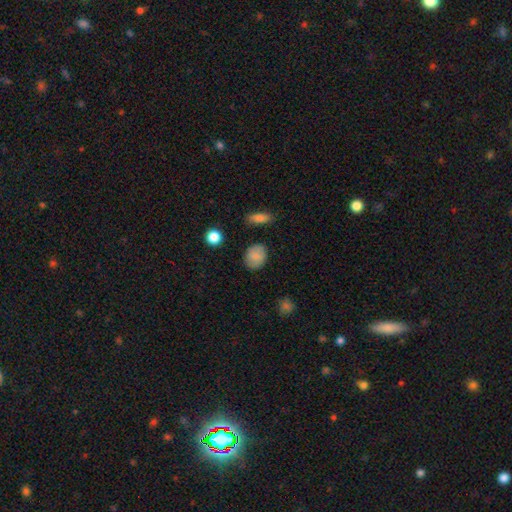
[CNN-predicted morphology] A smooth galaxy with no disk features (82%) that is round (51%). Merging: none (84%).